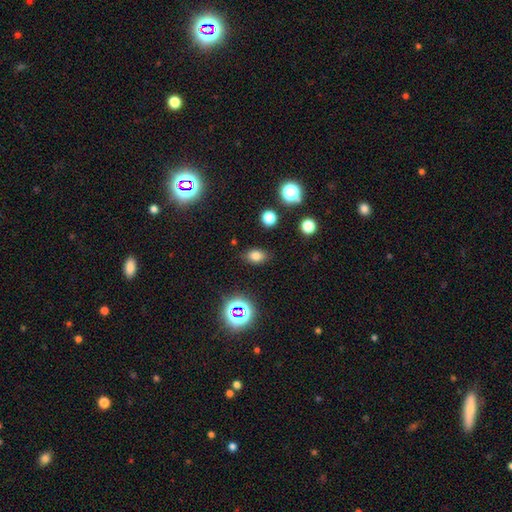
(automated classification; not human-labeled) Overall: smooth (76%). How rounded: in between (77%). Merging: none (84%).